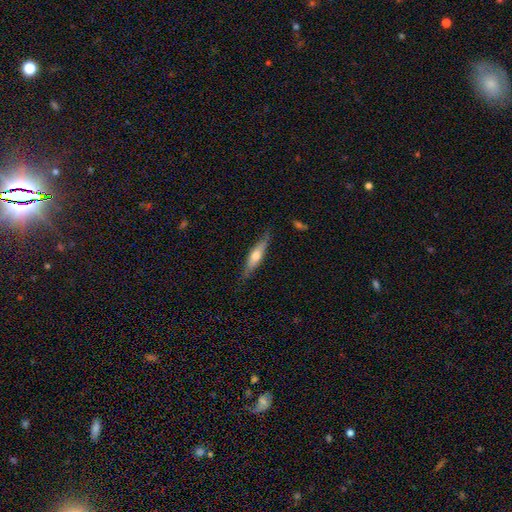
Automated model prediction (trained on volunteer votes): Smooth or featured?
  - featured or disk: 48% *
  - smooth: 46%
  - star or artifact: 6%
Merging?
  - none: 82% *
  - minor disturbance: 14%
  - major disturbance: 3%
  - merger: 1%